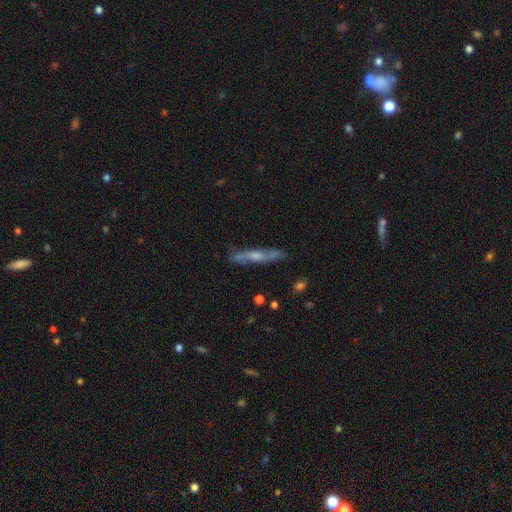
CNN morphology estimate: smooth_or_featured: featured or disk (p=0.61) [alt: smooth p=0.31]
disk_edge_on: yes (p=0.73) [alt: no p=0.27]
merging: none (p=0.79) [alt: minor disturbance p=0.15]